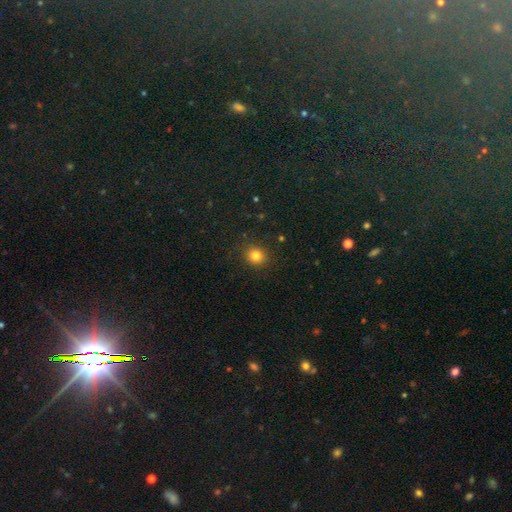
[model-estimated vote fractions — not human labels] Overall: smooth (82%). How rounded: round (84%). Merging: none (89%).